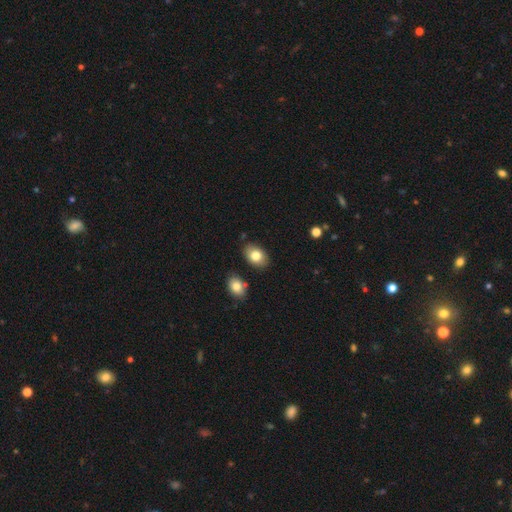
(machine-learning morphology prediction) smooth_or_featured: smooth (p=0.81) [alt: featured or disk p=0.11]
how_rounded: in between (p=0.84) [alt: round p=0.14]
merging: none (p=0.82) [alt: minor disturbance p=0.11]